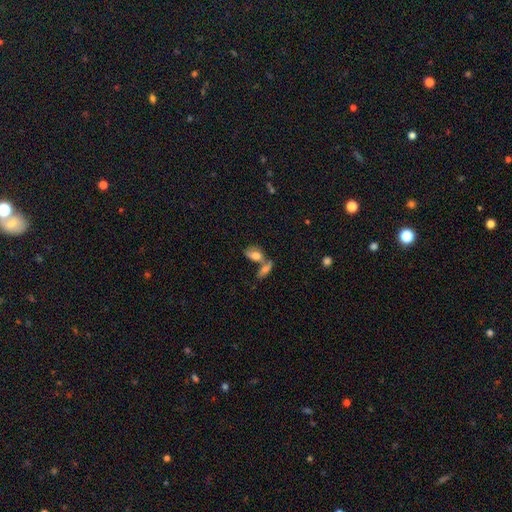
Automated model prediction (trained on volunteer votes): This is likely a smooth galaxy (68%). How rounded: clearly in between (85%). Merging: possibly merger (55%).